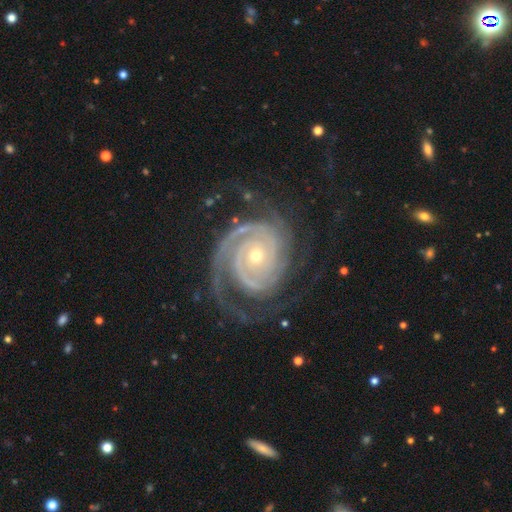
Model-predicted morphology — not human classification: Smooth or featured? featured or disk (92%)
Edge-on disk? no (98%)
Bar? no (76%)
Spiral arms? yes (98%)
Spiral winding? tight (78%)
Spiral arm count? 2 (43%)
Bulge size? small (61%)
Merging? none (67%)